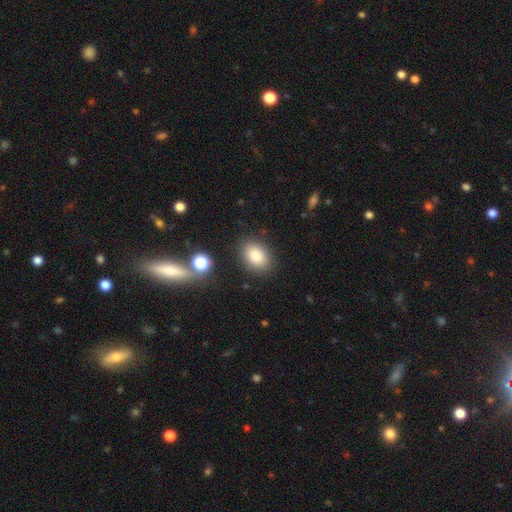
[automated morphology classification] smooth 85%, star or artifact 10%, featured or disk 6%. Down the decision tree: how rounded — in between (77%); merging — none (84%).